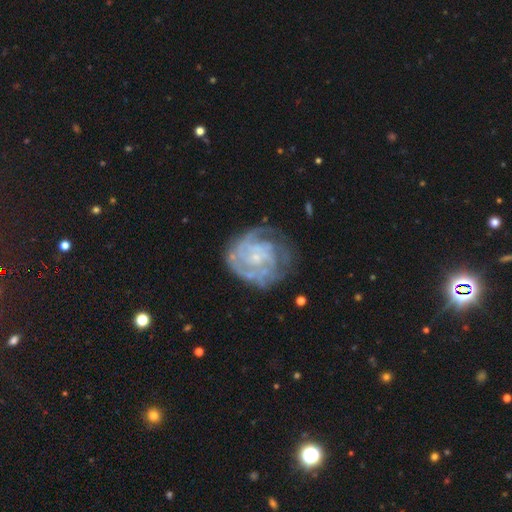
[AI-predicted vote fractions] This appears to be a featured or disk galaxy (84%) with no bar (72%), tight (68%) spiral arms (93%) and a small central bulge (76%). Merging: none (63%).